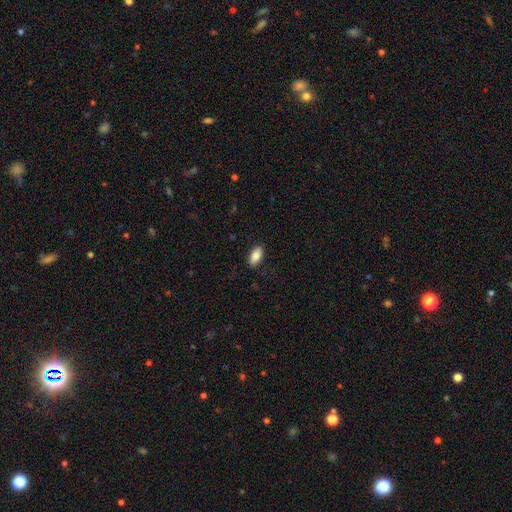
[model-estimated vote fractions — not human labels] Smooth or featured? Predicted: smooth (p=0.84). How rounded? Predicted: in between (p=0.91). Merging? Predicted: none (p=0.87).